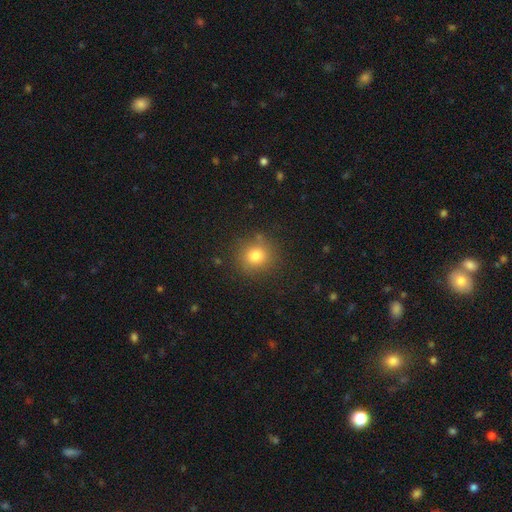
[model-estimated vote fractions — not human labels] A smooth galaxy with no disk features (78%) that is round (89%).

Vote fractions:
- Smooth or featured? smooth: 78% / star or artifact: 14% / featured or disk: 8%
- How rounded? round: 89% / in between: 10% / cigar-shaped: 1%
- Merging? none: 85% / minor disturbance: 10% / major disturbance: 3% / merger: 2%